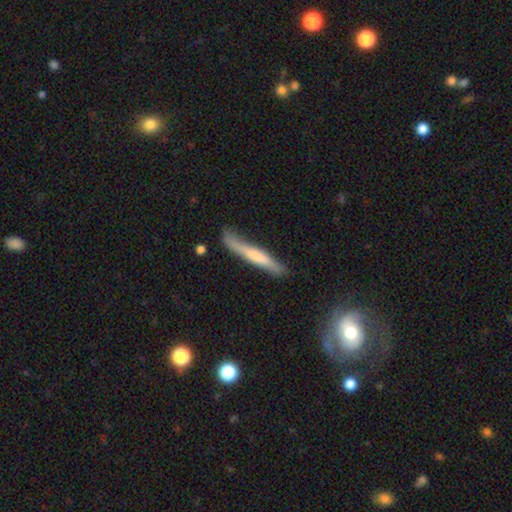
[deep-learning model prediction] Smooth or featured: smooth — 57% (featured or disk — 37%)
How rounded: cigar-shaped — 94% (in between — 4%)
Merging: none — 65% (minor disturbance — 24%)